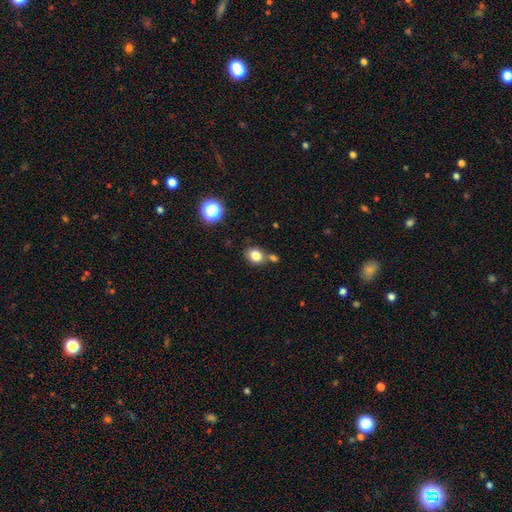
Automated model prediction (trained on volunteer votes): Smooth or featured? smooth (81%)
How rounded? round (55%)
Merging? none (65%)